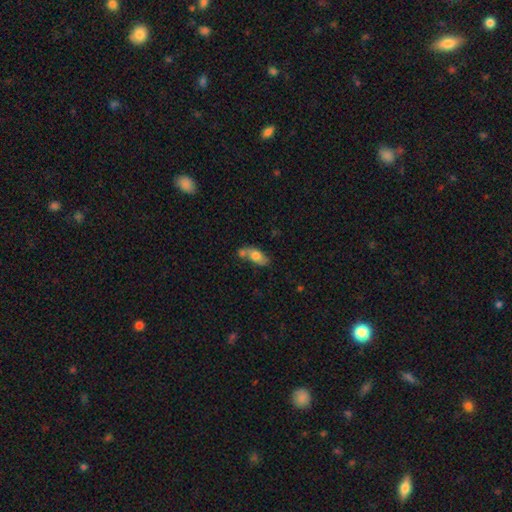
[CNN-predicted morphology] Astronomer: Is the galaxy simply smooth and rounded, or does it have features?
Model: smooth — 69%.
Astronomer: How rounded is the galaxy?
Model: in between — 81%.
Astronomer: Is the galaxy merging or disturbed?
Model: none — 47% (runner-up: merger, 31%).